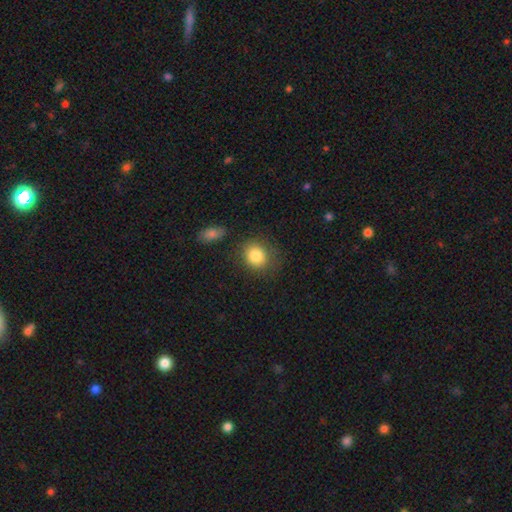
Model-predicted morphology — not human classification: smooth-or-featured: smooth: 85% | star or artifact: 9% | featured or disk: 7%
  how-rounded: round: 71% | in between: 28% | cigar-shaped: 1%
  merging: none: 74% | minor disturbance: 15% | merger: 6% | major disturbance: 5%